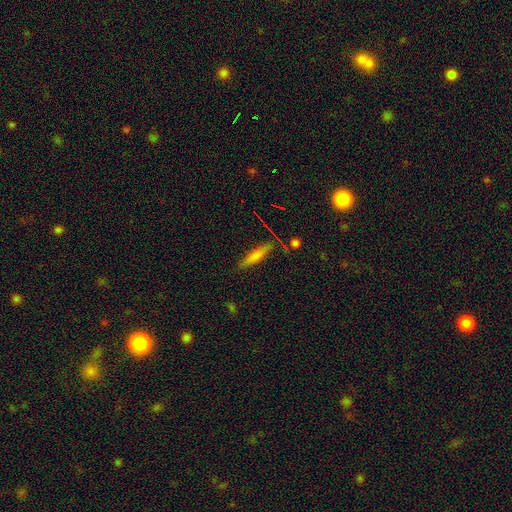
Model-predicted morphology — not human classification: Smooth or featured? Predicted: smooth (p=0.66). How rounded? Predicted: cigar-shaped (p=0.83). Merging? Predicted: none (p=0.76).